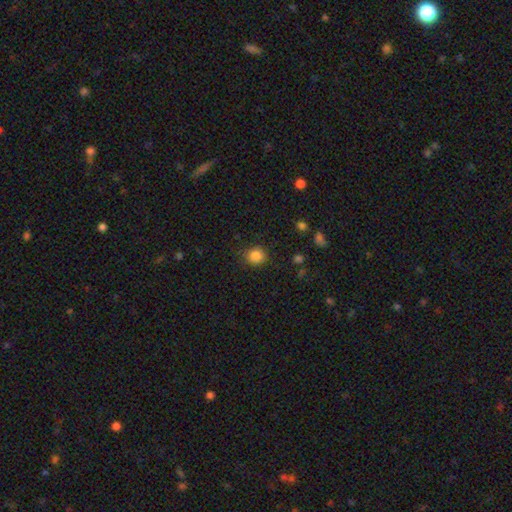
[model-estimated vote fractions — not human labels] A smooth galaxy with no disk features (85%) that is round (83%). Merging: none (86%).